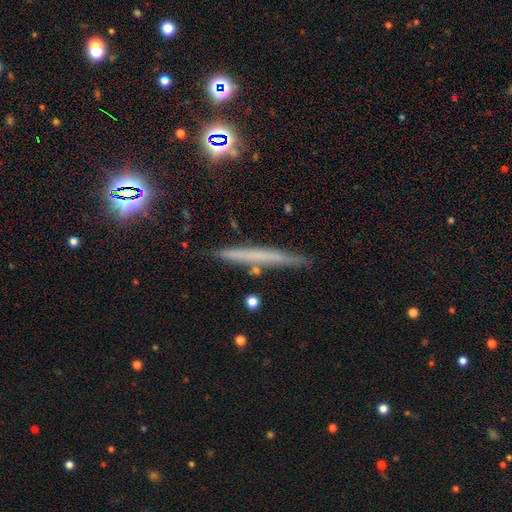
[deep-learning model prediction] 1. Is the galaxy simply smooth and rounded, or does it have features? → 45% smooth, 42% featured or disk, 13% star or artifact.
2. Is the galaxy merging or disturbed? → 83% none, 12% minor disturbance, 3% merger, 2% major disturbance.